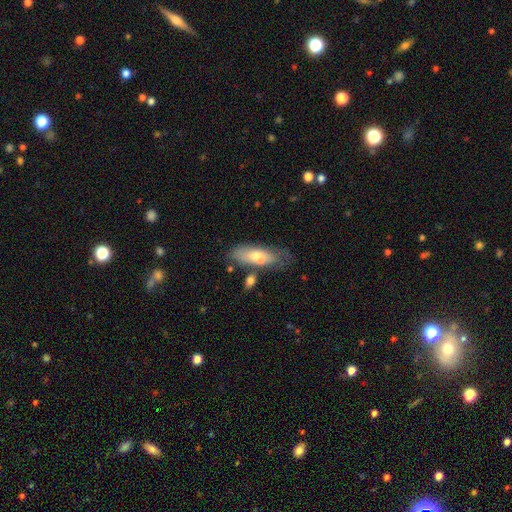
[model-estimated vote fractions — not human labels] This is likely a smooth galaxy (63%). How rounded: possibly in between (59%). Merging: possibly none (58%).